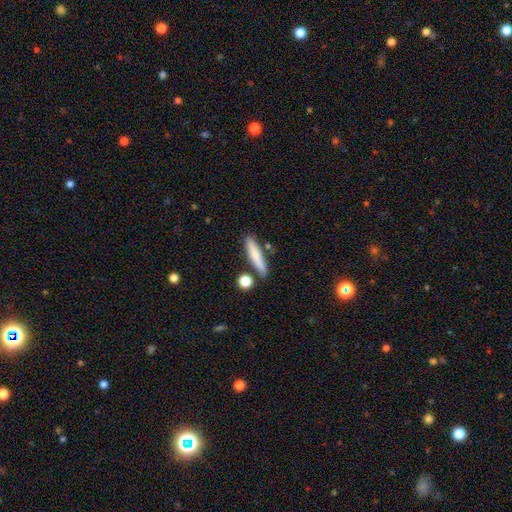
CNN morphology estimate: Smooth or featured: smooth — 78% (featured or disk — 16%)
How rounded: cigar-shaped — 84% (in between — 13%)
Merging: none — 78% (minor disturbance — 12%)